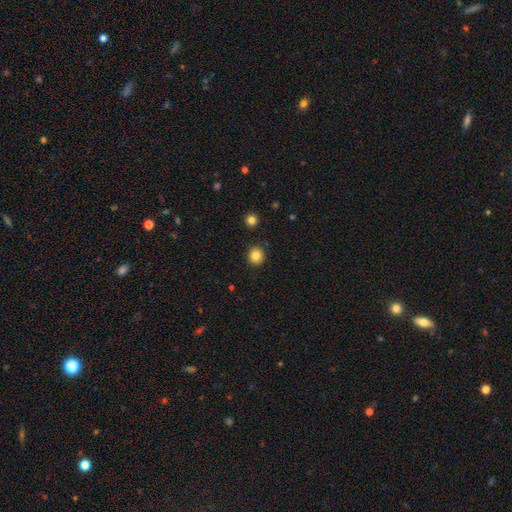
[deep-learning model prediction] Q: Smooth or featured?
A: smooth (84%); runner-up: star or artifact (11%)
Q: How rounded?
A: round (92%); runner-up: in between (7%)
Q: Merging?
A: none (91%); runner-up: minor disturbance (6%)